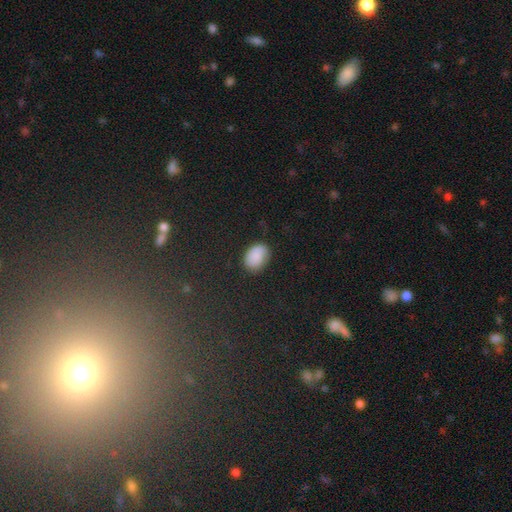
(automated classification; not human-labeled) Morphology: type=smooth (85%); roundness=in between (78%); merging=none (76%).